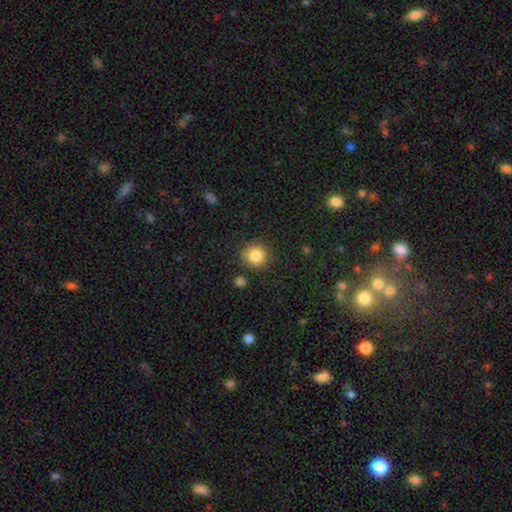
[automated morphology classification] This is clearly a smooth galaxy (86%). How rounded: clearly round (91%). Merging: clearly none (85%).